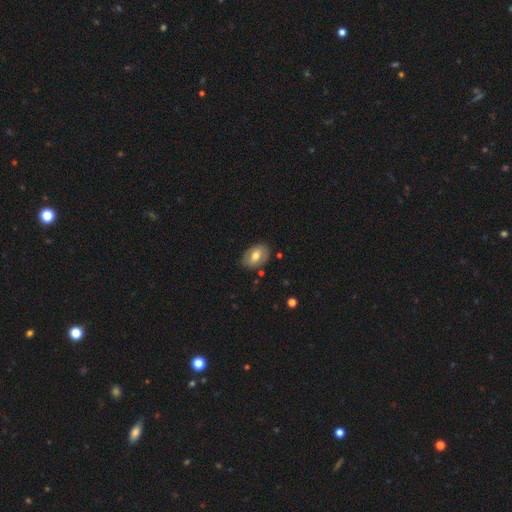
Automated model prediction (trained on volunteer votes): smooth-or-featured: smooth: 60% | featured or disk: 32% | star or artifact: 7%
  how-rounded: in between: 84% | round: 15% | cigar-shaped: 1%
  merging: none: 78% | minor disturbance: 16% | major disturbance: 4% | merger: 2%